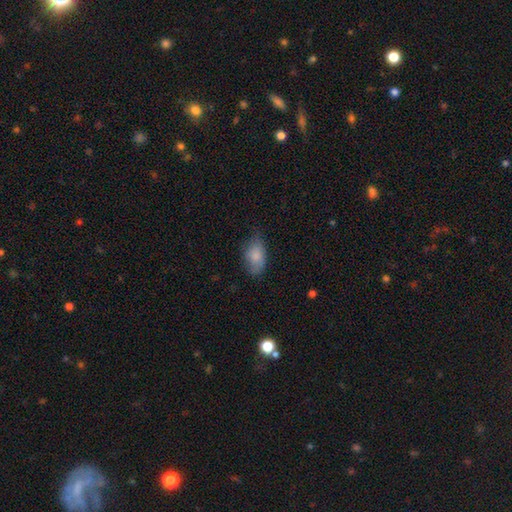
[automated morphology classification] smooth 84%, featured or disk 9%, star or artifact 7%. Down the decision tree: how rounded — in between (91%); merging — none (66%).